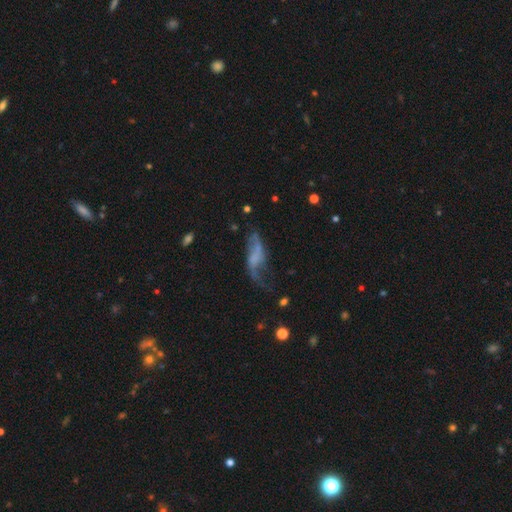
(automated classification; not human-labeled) featured or disk 63%, smooth 26%, star or artifact 11%. Down the decision tree: edge-on disk — no (87%); bar — no (58%); spiral arms — yes (75%); bulge size — none (62%); merging — none (38%).